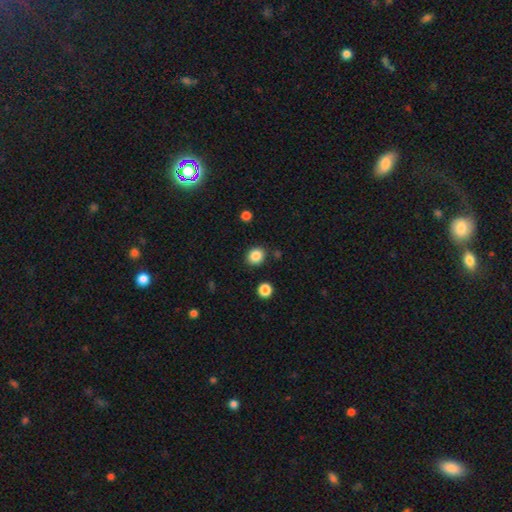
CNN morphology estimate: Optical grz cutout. It shows a smooth galaxy with no disk features (86%) that is round (70%). Merging: none (86%).